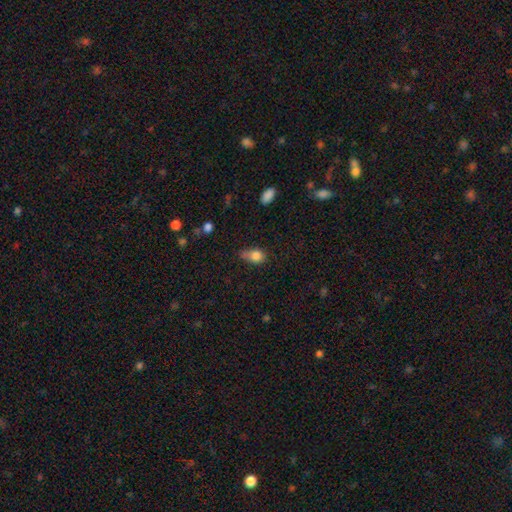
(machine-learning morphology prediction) This appears to be a smooth galaxy with no disk features (81%) that is in between round and cigar-shaped (62%). Merging: minor disturbance (40%).